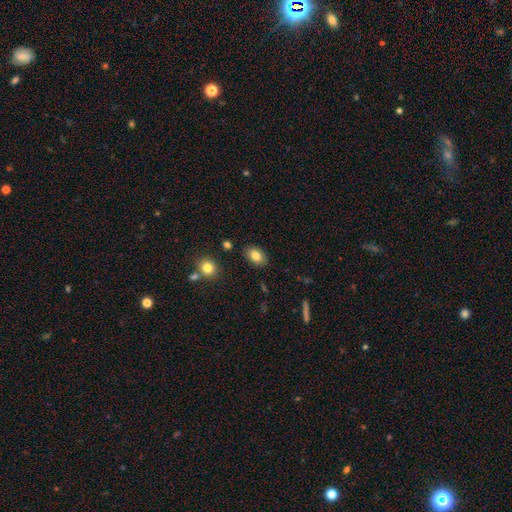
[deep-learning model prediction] smooth-or-featured: smooth: 81% | featured or disk: 10% | star or artifact: 9%
  how-rounded: in between: 84% | round: 14% | cigar-shaped: 1%
  merging: none: 85% | minor disturbance: 10% | merger: 3% | major disturbance: 2%